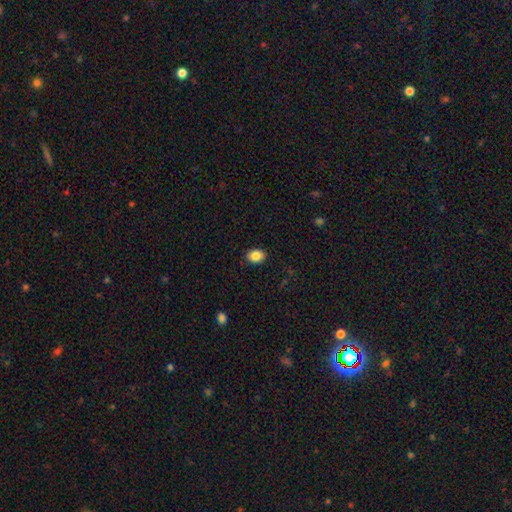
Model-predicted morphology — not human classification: This is clearly a smooth galaxy (87%). How rounded: likely in between (73%). Merging: clearly none (90%).